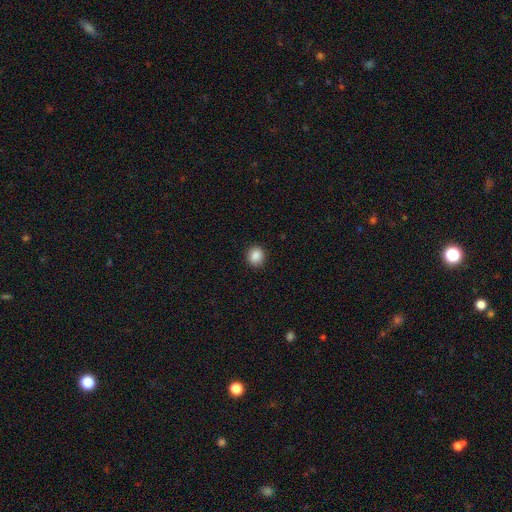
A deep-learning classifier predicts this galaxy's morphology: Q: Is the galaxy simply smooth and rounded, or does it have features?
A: smooth — 88%.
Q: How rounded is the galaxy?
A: round — 79%.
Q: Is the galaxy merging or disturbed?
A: none — 90%.